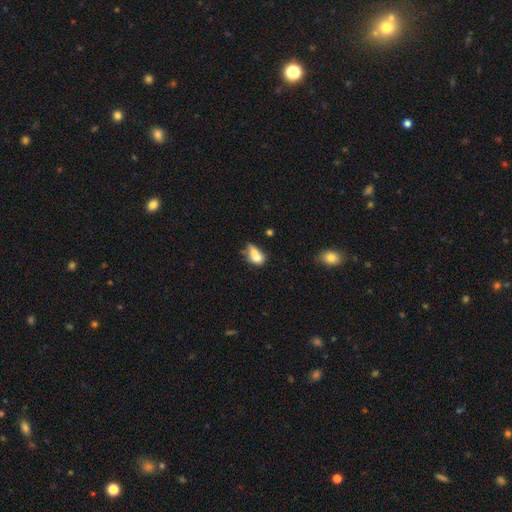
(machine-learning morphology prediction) This is likely a smooth galaxy (68%). How rounded: likely in between (79%). Merging: marginally merger (34%).